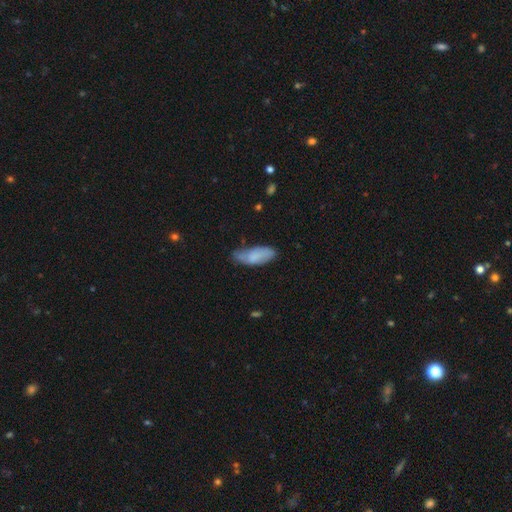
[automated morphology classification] Q: Smooth or featured?
A: smooth (74%); runner-up: featured or disk (19%)
Q: How rounded?
A: in between (76%); runner-up: cigar-shaped (22%)
Q: Merging?
A: none (60%); runner-up: minor disturbance (31%)